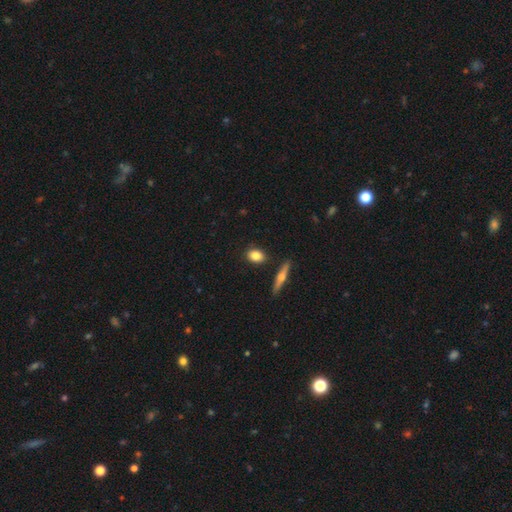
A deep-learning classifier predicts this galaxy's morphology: A smooth galaxy with no disk features (82%) that is in between round and cigar-shaped (66%).

Vote fractions:
- Smooth or featured? smooth: 82% / featured or disk: 11% / star or artifact: 7%
- How rounded? in between: 66% / round: 28% / cigar-shaped: 6%
- Merging? none: 84% / minor disturbance: 10% / merger: 4% / major disturbance: 2%